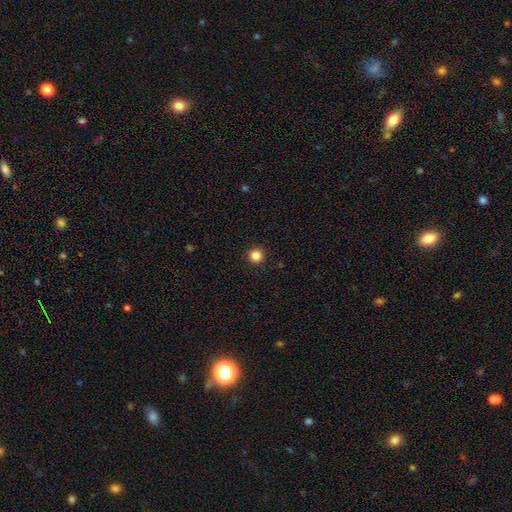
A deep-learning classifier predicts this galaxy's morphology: Q: Smooth or featured?
A: smooth (85%); runner-up: star or artifact (11%)
Q: How rounded?
A: round (96%); runner-up: in between (3%)
Q: Merging?
A: none (93%); runner-up: minor disturbance (5%)